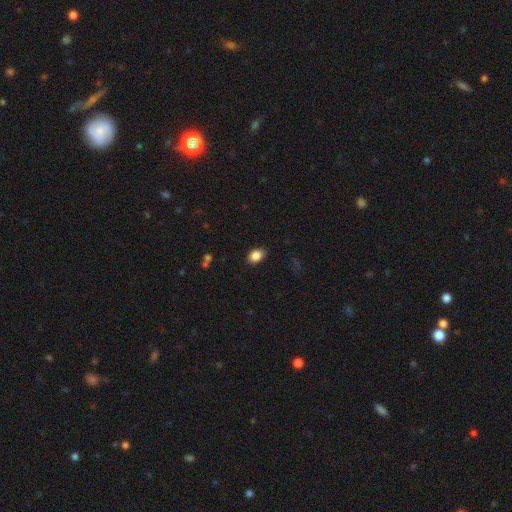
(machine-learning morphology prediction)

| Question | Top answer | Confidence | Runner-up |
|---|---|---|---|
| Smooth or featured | smooth | 86% | star or artifact (9%) |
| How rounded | in between | 77% | round (22%) |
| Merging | none | 85% | minor disturbance (11%) |